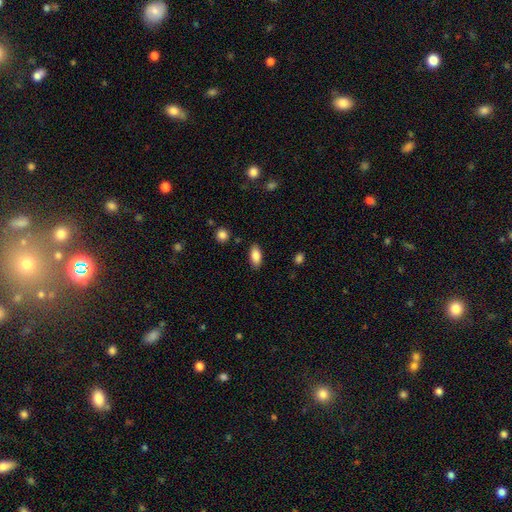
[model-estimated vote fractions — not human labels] Smooth or featured?
  - smooth: 85% *
  - featured or disk: 7%
  - star or artifact: 7%
How rounded?
  - in between: 89% *
  - cigar-shaped: 8%
  - round: 3%
Merging?
  - none: 87% *
  - minor disturbance: 9%
  - major disturbance: 2%
  - merger: 2%